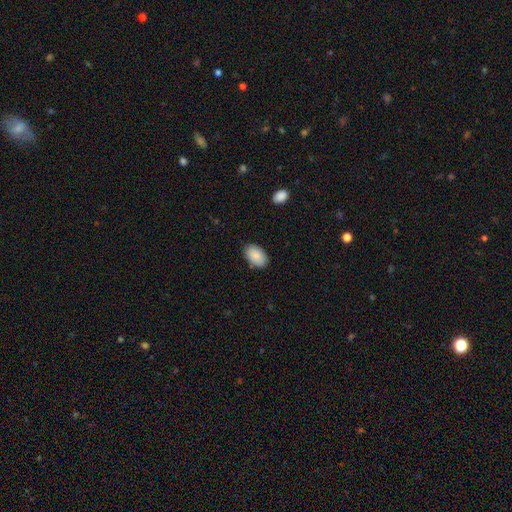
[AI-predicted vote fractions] smooth 89%, star or artifact 6%, featured or disk 5%. Down the decision tree: how rounded — in between (92%); merging — none (84%).